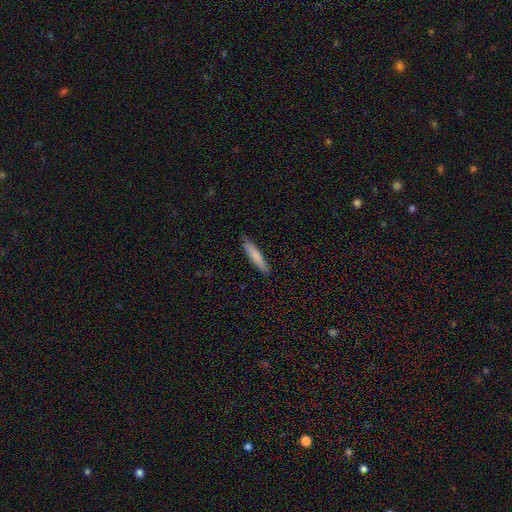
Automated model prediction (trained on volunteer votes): This appears to be a smooth galaxy with no disk features (78%) that is cigar-shaped (91%). Merging: none (88%).